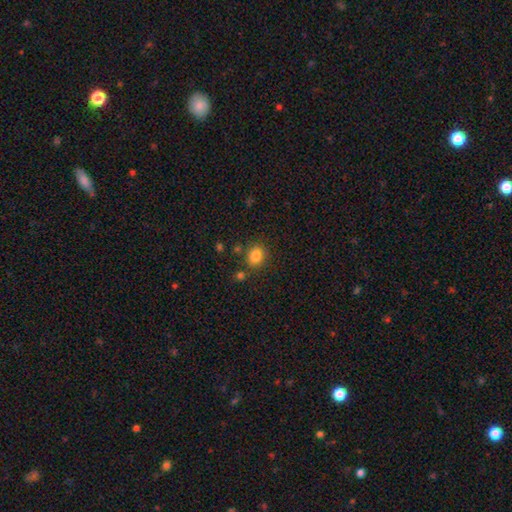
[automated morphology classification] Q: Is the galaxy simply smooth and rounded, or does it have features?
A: smooth — 84%.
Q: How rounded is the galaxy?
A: round — 50%.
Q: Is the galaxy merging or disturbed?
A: none — 78%.